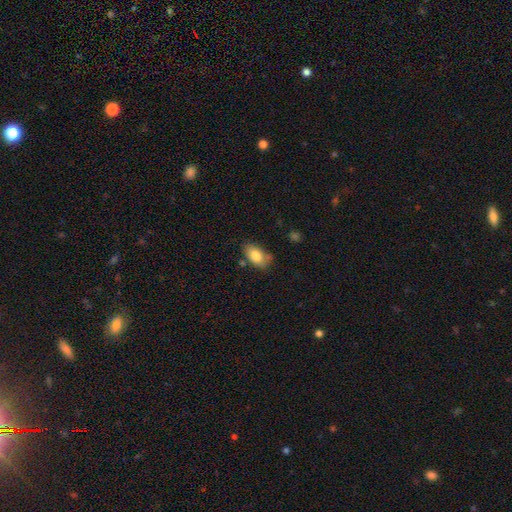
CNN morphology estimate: type=smooth (80%); roundness=in between (90%); merging=none (67%).